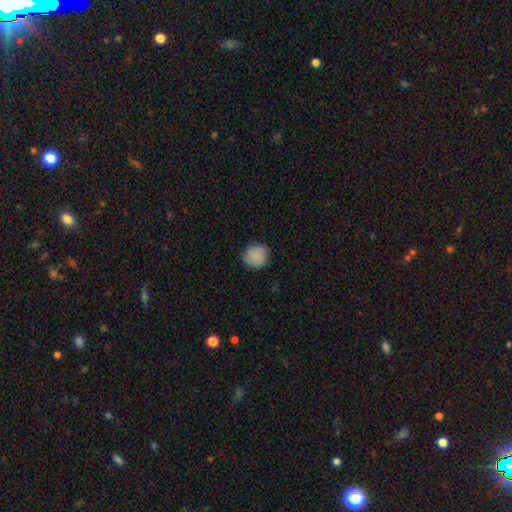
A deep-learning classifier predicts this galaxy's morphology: This appears to be a smooth galaxy with no disk features (87%) that is round (91%). Merging: none (84%).